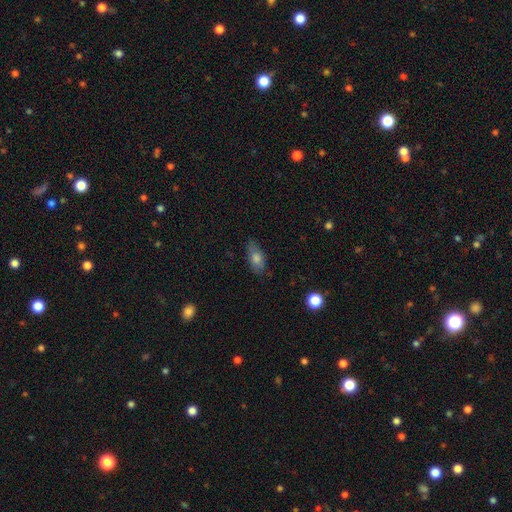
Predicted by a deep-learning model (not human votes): smooth 66%, featured or disk 22%, star or artifact 12%. Down the decision tree: how rounded — in between (80%); merging — none (76%).